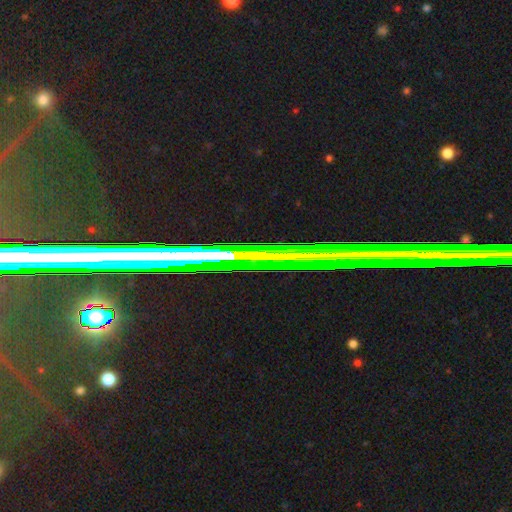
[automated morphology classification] type=star or artifact (66%).